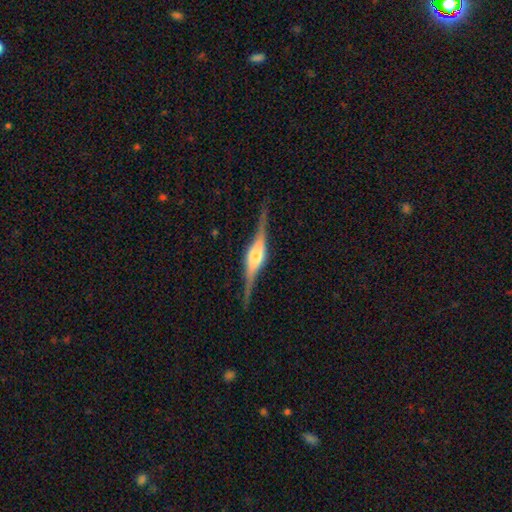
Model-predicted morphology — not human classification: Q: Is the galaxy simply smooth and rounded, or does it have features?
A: featured or disk — 85%.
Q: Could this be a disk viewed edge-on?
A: yes — 97%.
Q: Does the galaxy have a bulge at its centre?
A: rounded — 82%.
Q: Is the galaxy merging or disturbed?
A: none — 85%.